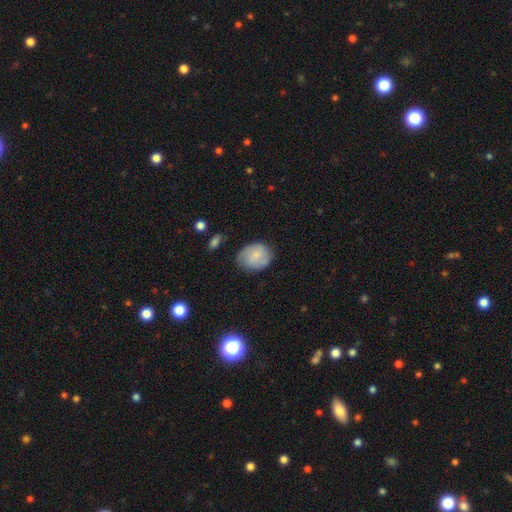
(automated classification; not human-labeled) Overall: smooth (63%; featured or disk 30%). How rounded: round (58%; in between 41%). Merging: none (71%).